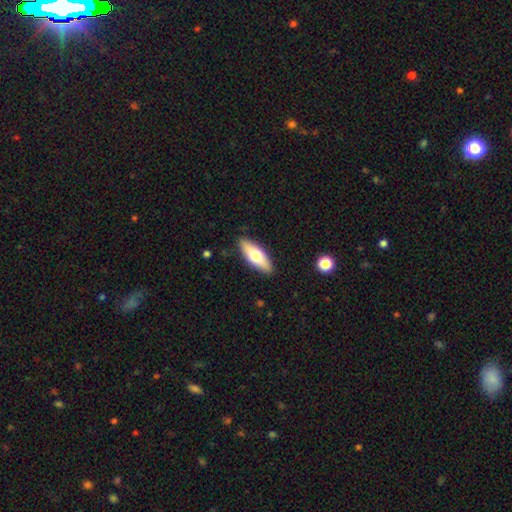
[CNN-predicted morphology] type=smooth (61%); roundness=in between (67%); merging=none (88%).